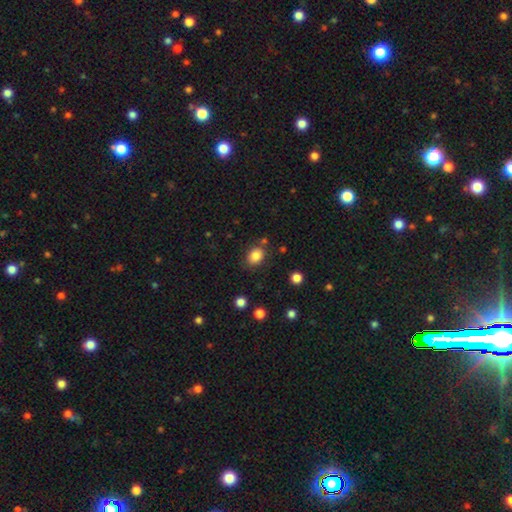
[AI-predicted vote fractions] Smooth or featured: smooth — 84% (star or artifact — 10%)
How rounded: in between — 56% (round — 43%)
Merging: none — 79% (minor disturbance — 13%)